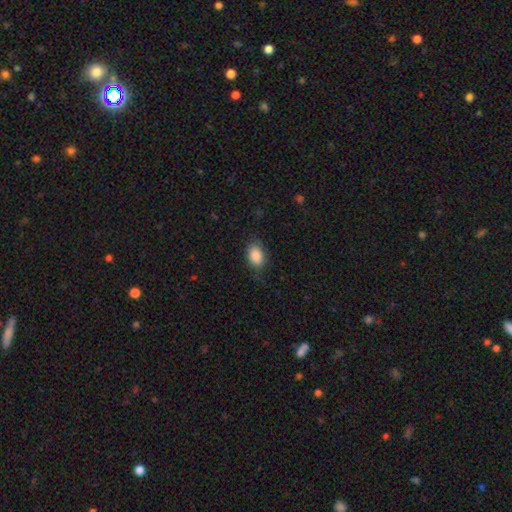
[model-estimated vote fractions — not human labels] smooth-or-featured: smooth: 87% | star or artifact: 7% | featured or disk: 6%
  how-rounded: in between: 85% | round: 13% | cigar-shaped: 1%
  merging: none: 78% | minor disturbance: 16% | major disturbance: 5% | merger: 1%